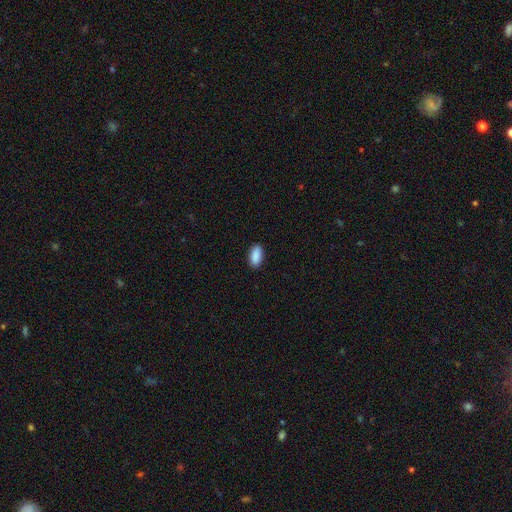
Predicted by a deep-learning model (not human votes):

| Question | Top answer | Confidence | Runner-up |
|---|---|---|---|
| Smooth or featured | smooth | 90% | star or artifact (7%) |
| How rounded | in between | 93% | cigar-shaped (4%) |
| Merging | none | 89% | minor disturbance (8%) |